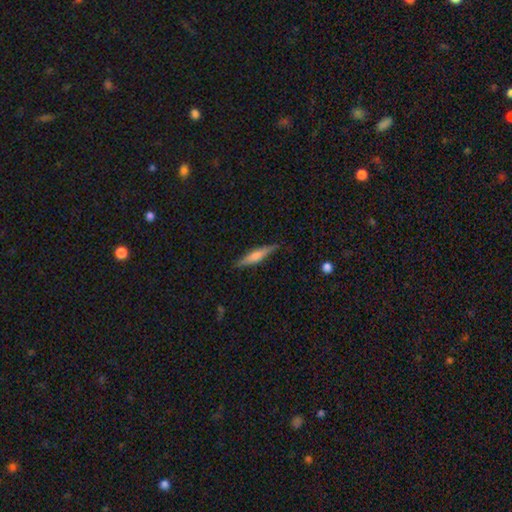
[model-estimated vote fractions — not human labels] smooth_or_featured: featured or disk (p=0.54) [alt: smooth p=0.39]
disk_edge_on: yes (p=0.96) [alt: no p=0.04]
edge_on_bulge: rounded (p=0.71) [alt: boxy p=0.16]
merging: none (p=0.87) [alt: minor disturbance p=0.10]